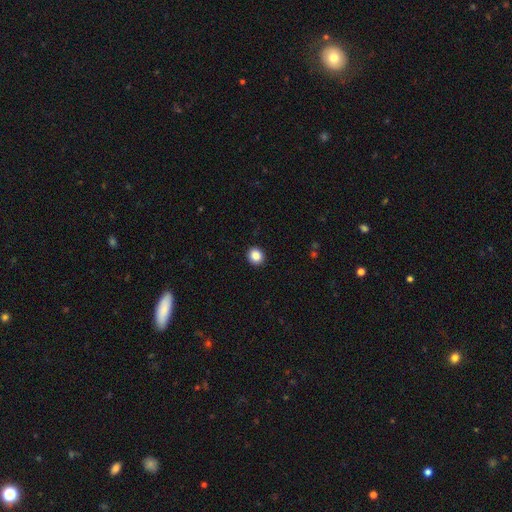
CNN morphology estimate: A smooth galaxy with no disk features (87%) that is round (83%).

Vote fractions:
- Smooth or featured? smooth: 87% / star or artifact: 9% / featured or disk: 3%
- How rounded? round: 83% / in between: 16% / cigar-shaped: 1%
- Merging? none: 92% / minor disturbance: 5% / major disturbance: 2% / merger: 1%